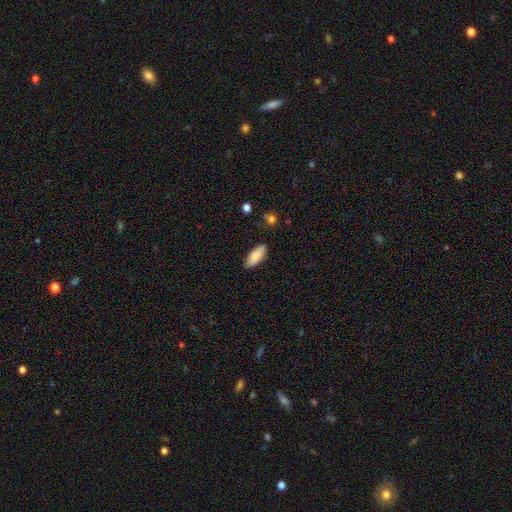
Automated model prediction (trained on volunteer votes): Morphology: type=smooth (84%); roundness=in between (79%); merging=none (82%).